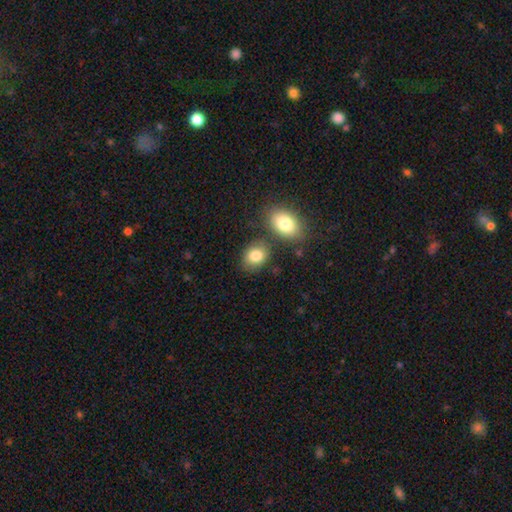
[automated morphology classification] This is clearly a smooth galaxy (83%). How rounded: likely in between (61%). Merging: likely none (70%).